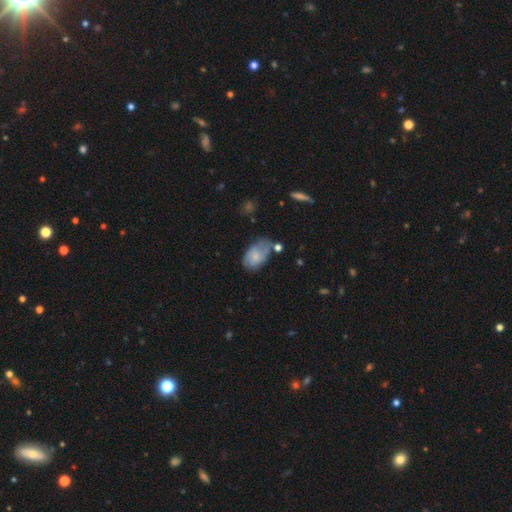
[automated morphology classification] The model was most divided on "merging": none: 46%, minor disturbance: 32%, major disturbance: 14%, merger: 8%. More confident: how rounded — in between (90%); smooth or featured — smooth (62%).